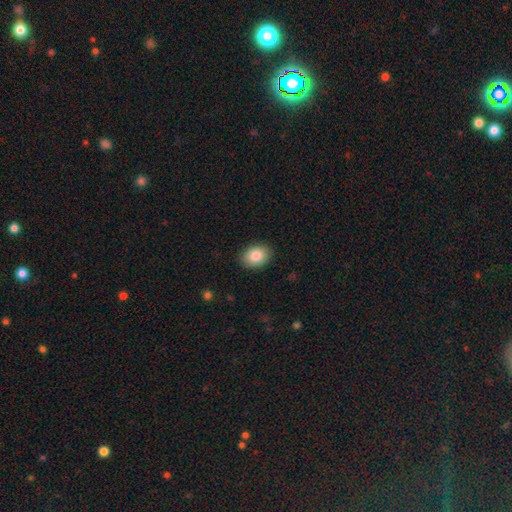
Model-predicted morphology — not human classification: Q: Smooth or featured?
A: smooth (85%); runner-up: star or artifact (8%)
Q: How rounded?
A: in between (67%); runner-up: round (32%)
Q: Merging?
A: none (89%); runner-up: minor disturbance (8%)